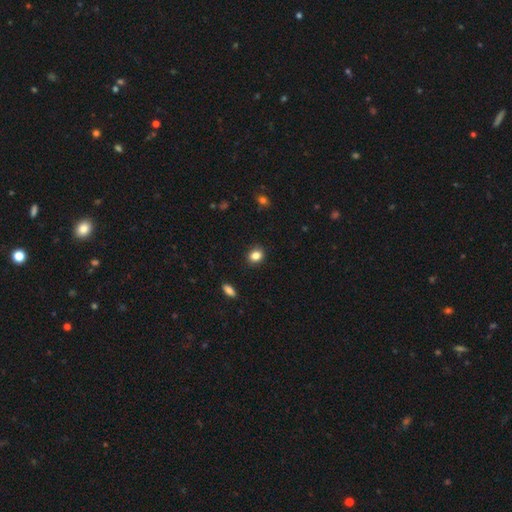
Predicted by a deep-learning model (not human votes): Smooth or featured? Predicted: smooth (p=0.84). How rounded? Predicted: round (p=0.55). Merging? Predicted: none (p=0.89).